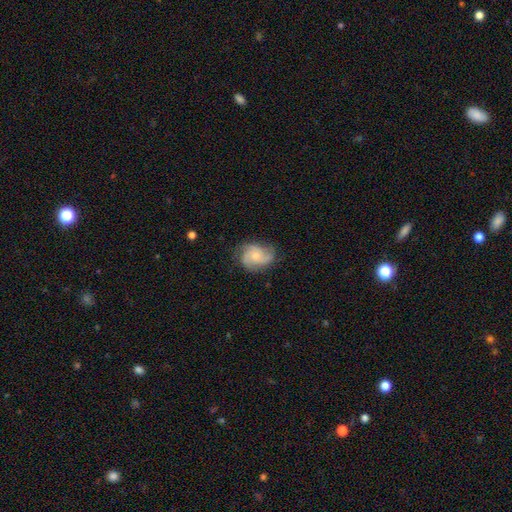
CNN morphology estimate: smooth_or_featured: featured or disk (p=0.67) [alt: smooth p=0.26]
disk_edge_on: no (p=0.98) [alt: yes p=0.02]
bar: no (p=0.75) [alt: weak p=0.22]
has_spiral_arms: yes (p=0.93) [alt: no p=0.07]
spiral_winding: medium (p=0.48) [alt: tight p=0.30]
spiral_arm_count: 3 (p=0.48) [alt: 2 p=0.25]
bulge_size: small (p=0.48) [alt: moderate p=0.45]
merging: none (p=0.67) [alt: minor disturbance p=0.23]